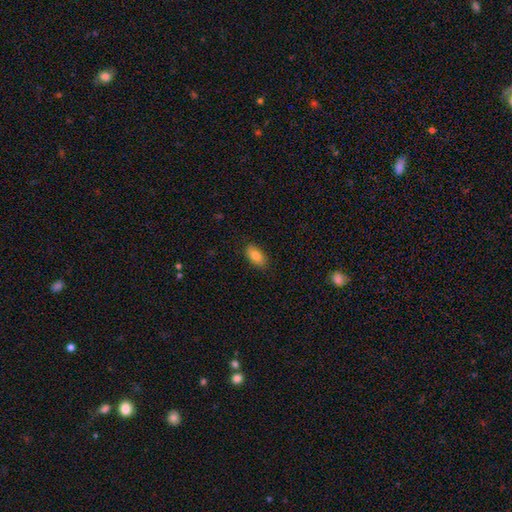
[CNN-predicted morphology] type=smooth (81%); roundness=in between (91%); merging=none (86%).